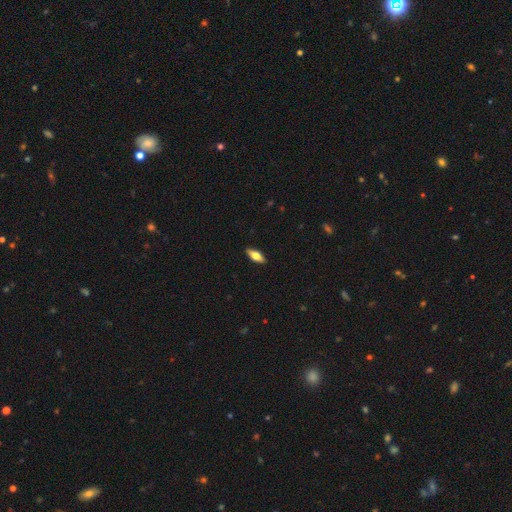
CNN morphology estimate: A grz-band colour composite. It shows a smooth galaxy with no disk features (62%) that is in between round and cigar-shaped (74%). Merging: none (89%).